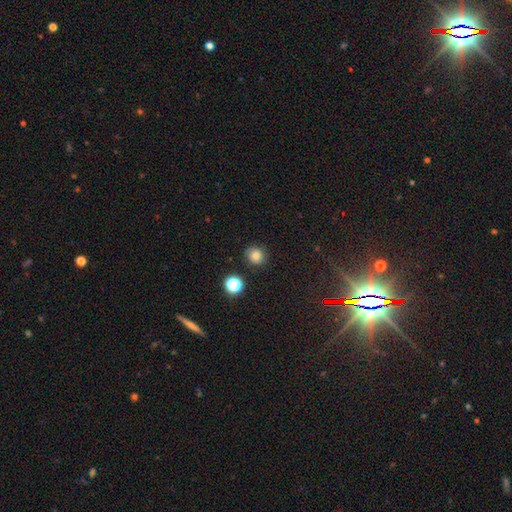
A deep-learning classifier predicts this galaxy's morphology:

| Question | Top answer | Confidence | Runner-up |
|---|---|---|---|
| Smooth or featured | smooth | 80% | star or artifact (14%) |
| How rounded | round | 84% | in between (15%) |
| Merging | none | 86% | minor disturbance (10%) |